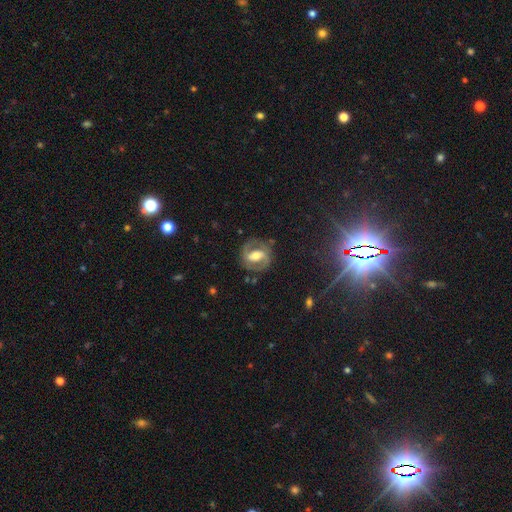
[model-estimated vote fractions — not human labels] smooth-or-featured: featured or disk: 78% | smooth: 16% | star or artifact: 6%
  disk-edge-on: no: 96% | yes: 4%
    bar: strong: 44% | weak: 38% | no: 18%
    has-spiral-arms: yes: 84% | no: 16%
      spiral-winding: medium: 50% | tight: 33% | loose: 17%
      spiral-arm-count: 2: 89% | can't tell: 6% | 1: 3% | 3: 1% | 4: 1% | more than 4: 1%
    bulge-size: moderate: 61% | large: 20% | small: 15% | none: 2% | dominant: 2%
  merging: none: 78% | minor disturbance: 14% | major disturbance: 7% | merger: 2%